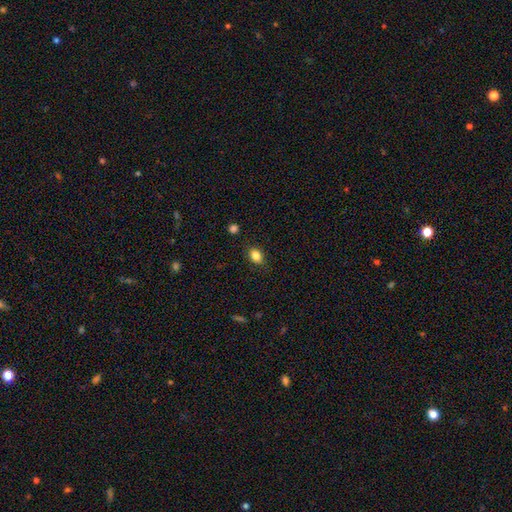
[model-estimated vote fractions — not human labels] Q: Smooth or featured?
A: smooth (83%); runner-up: star or artifact (10%)
Q: How rounded?
A: in between (77%); runner-up: round (21%)
Q: Merging?
A: none (85%); runner-up: minor disturbance (11%)